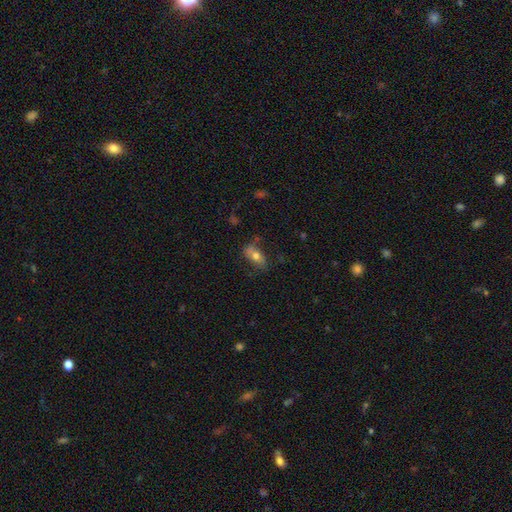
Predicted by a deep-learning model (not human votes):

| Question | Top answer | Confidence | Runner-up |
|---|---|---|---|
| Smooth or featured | smooth | 68% | featured or disk (23%) |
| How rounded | in between | 82% | round (9%) |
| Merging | none | 58% | minor disturbance (24%) |